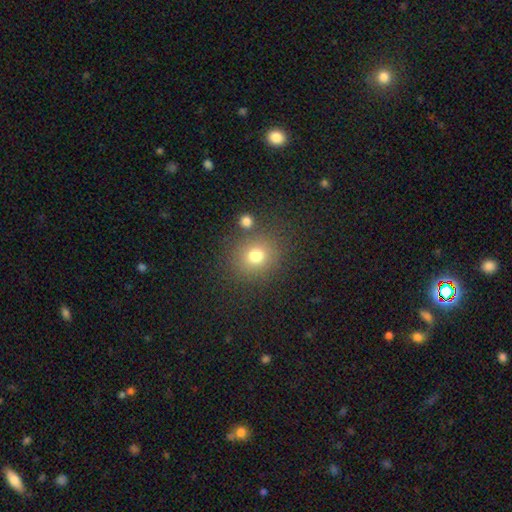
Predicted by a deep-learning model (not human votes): This appears to be a smooth galaxy with no disk features (75%) that is round (79%). Merging: none (78%).